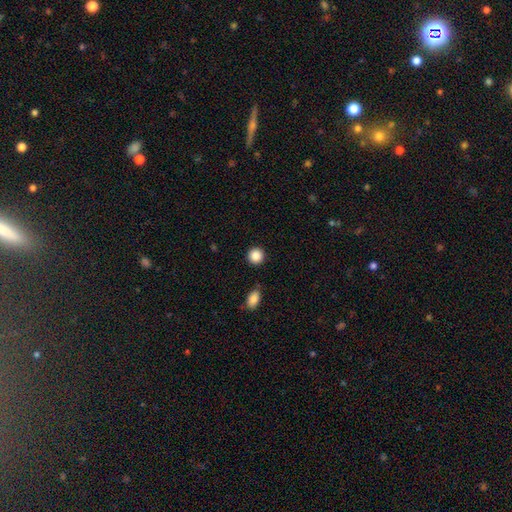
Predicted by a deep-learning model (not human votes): smooth_or_featured: smooth (p=0.88) [alt: star or artifact p=0.09]
how_rounded: round (p=0.93) [alt: in between p=0.06]
merging: none (p=0.89) [alt: minor disturbance p=0.06]